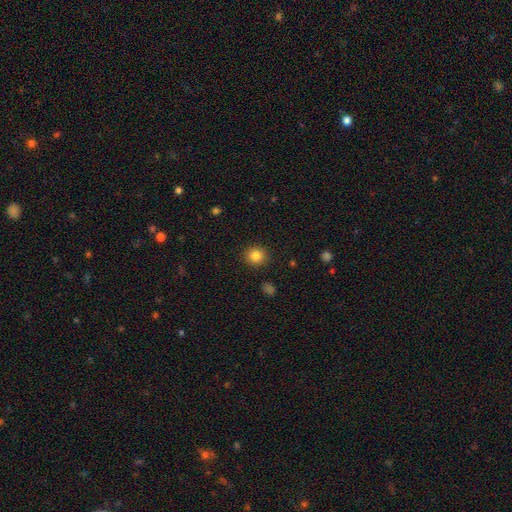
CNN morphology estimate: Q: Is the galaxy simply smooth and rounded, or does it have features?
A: smooth — 84%.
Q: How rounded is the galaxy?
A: round — 89%.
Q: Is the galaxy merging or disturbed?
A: none — 91%.